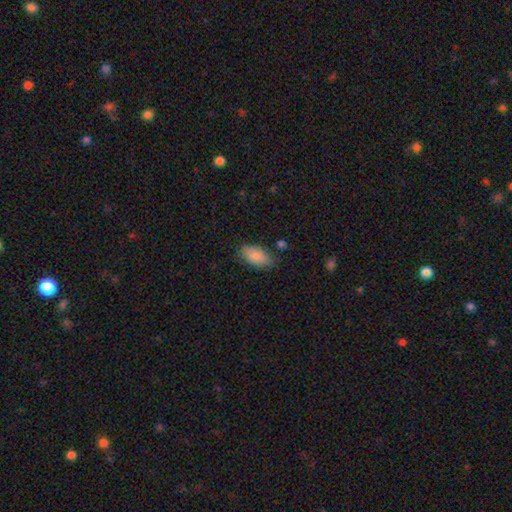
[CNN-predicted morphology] Overall: smooth (87%). How rounded: in between (93%). Merging: none (77%).